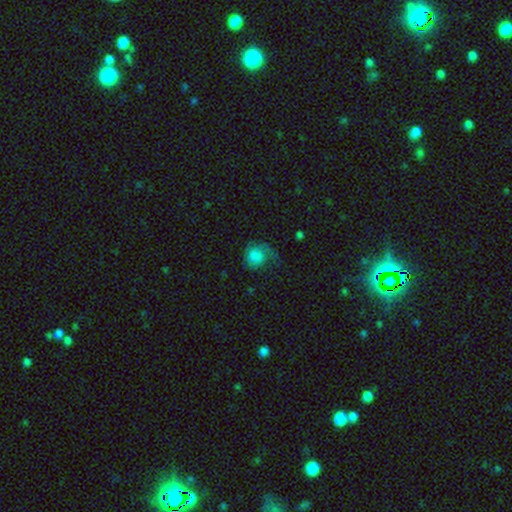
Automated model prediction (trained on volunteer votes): smooth 60%, featured or disk 30%, star or artifact 10%. Down the decision tree: how rounded — round (65%); merging — major disturbance (42%).